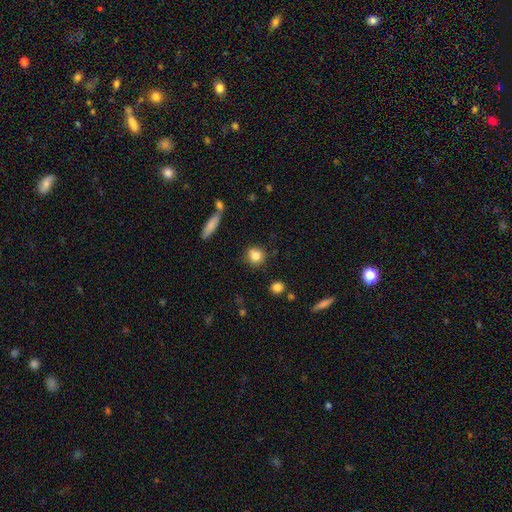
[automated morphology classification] smooth_or_featured: smooth (p=0.84) [alt: star or artifact p=0.10]
how_rounded: round (p=0.84) [alt: in between p=0.14]
merging: none (p=0.84) [alt: minor disturbance p=0.10]